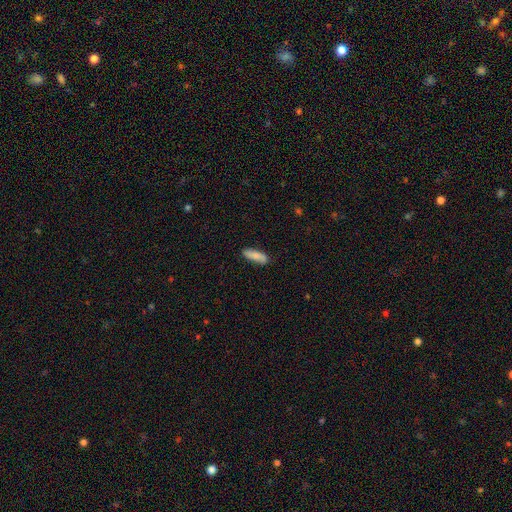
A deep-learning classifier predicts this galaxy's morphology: Smooth or featured? Predicted: smooth (p=0.77). How rounded? Predicted: in between (p=0.54). Merging? Predicted: none (p=0.81).